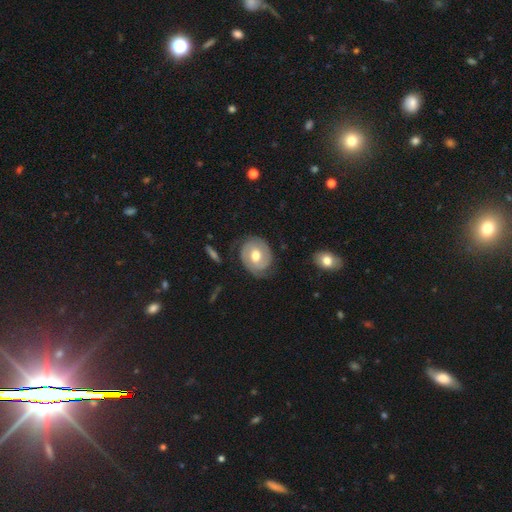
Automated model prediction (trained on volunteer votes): This is likely a featured or disk galaxy (71%). It is clearly not viewed edge-on (97%). Bar: possibly no (47%). Spiral arm pattern: clearly yes (85%). Spiral arm count: likely 2 (79%). Spiral winding: possibly tight (59%). Central bulge: likely moderate (78%). Merging: likely none (76%).